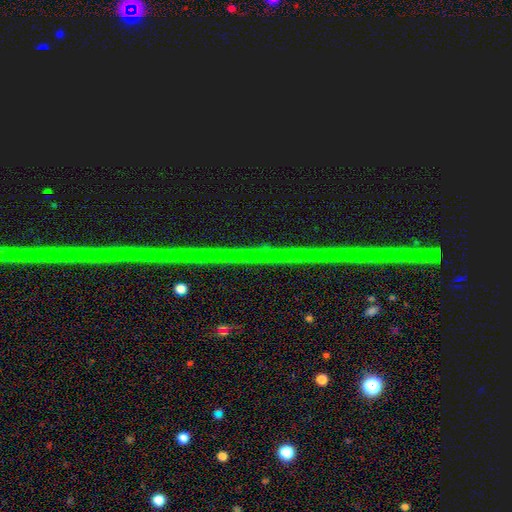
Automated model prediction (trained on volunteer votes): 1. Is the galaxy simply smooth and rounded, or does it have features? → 77% star or artifact, 14% featured or disk, 10% smooth.